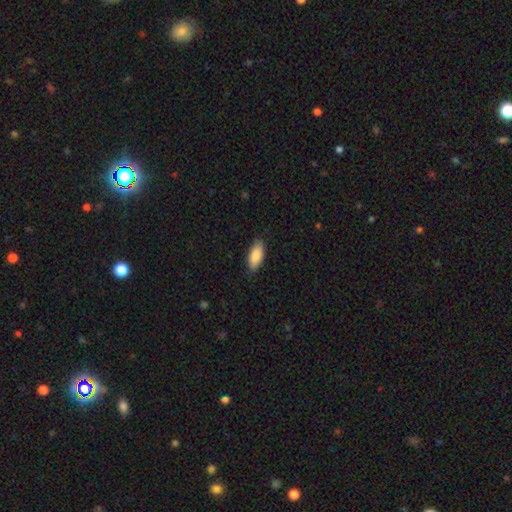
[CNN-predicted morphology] Overall: smooth (87%). How rounded: in between (85%). Merging: none (87%).